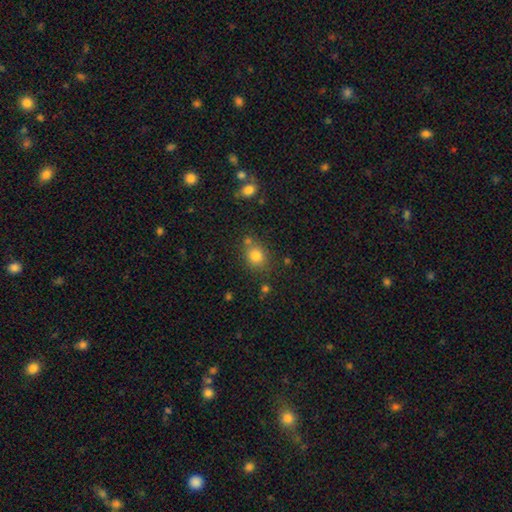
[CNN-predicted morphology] smooth_or_featured: smooth (p=0.80) [alt: star or artifact p=0.13]
how_rounded: round (p=0.67) [alt: in between p=0.32]
merging: none (p=0.71) [alt: minor disturbance p=0.13]